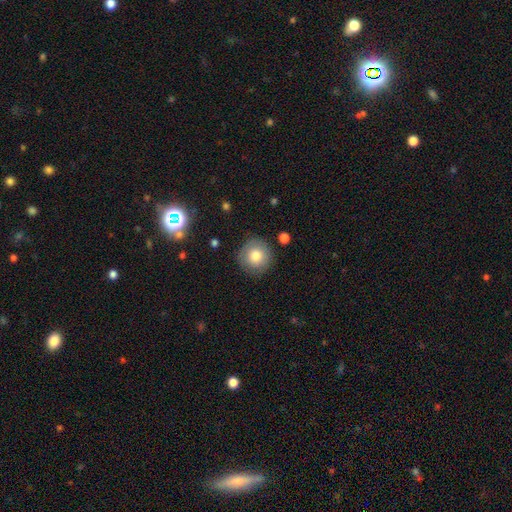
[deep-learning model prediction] smooth-or-featured: smooth: 79% | featured or disk: 12% | star or artifact: 9%
  how-rounded: round: 95% | in between: 4% | cigar-shaped: 1%
  merging: none: 87% | minor disturbance: 9% | major disturbance: 3% | merger: 1%